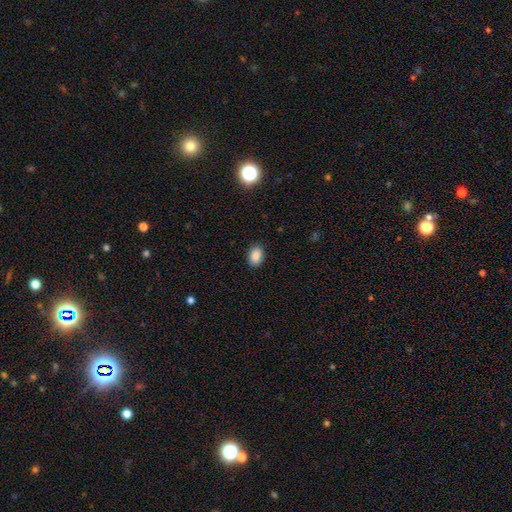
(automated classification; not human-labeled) Overall: smooth (88%). How rounded: in between (86%). Merging: none (88%).